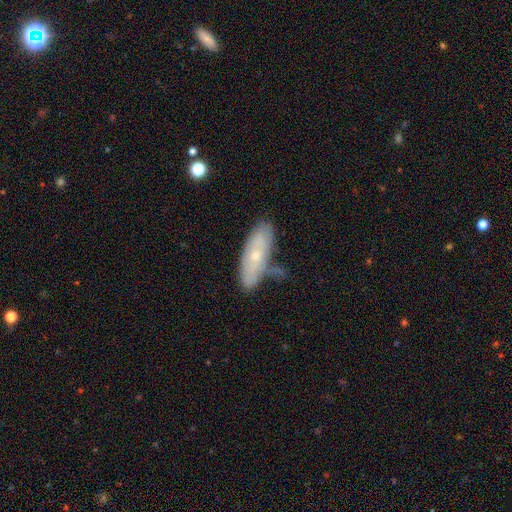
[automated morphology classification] Smooth or featured? Predicted: smooth (p=0.52). How rounded? Predicted: in between (p=0.62). Merging? Predicted: none (p=0.58).